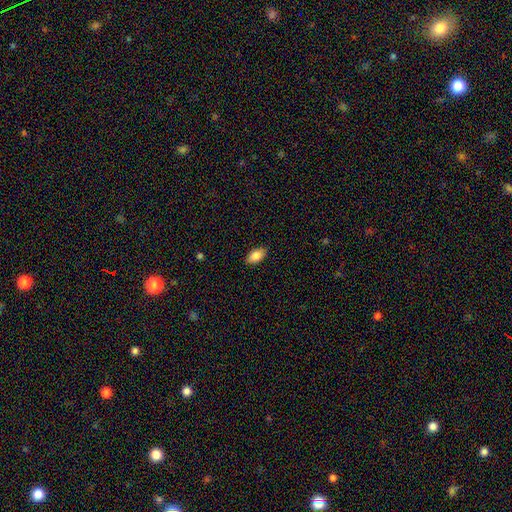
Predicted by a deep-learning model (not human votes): smooth 86%, star or artifact 7%, featured or disk 7%. Down the decision tree: how rounded — in between (92%); merging — none (88%).